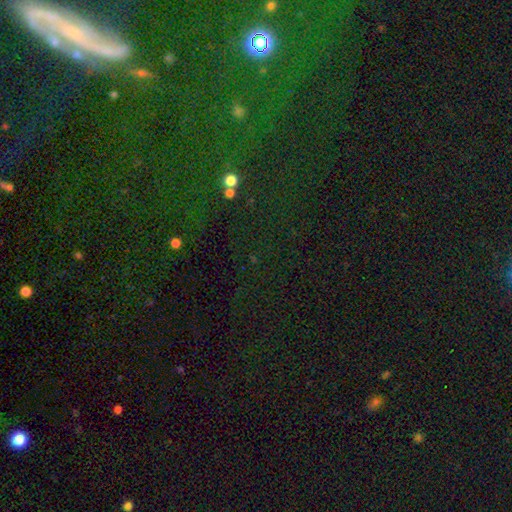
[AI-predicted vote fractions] This appears to be a star or artifact, not a galaxy (75%).